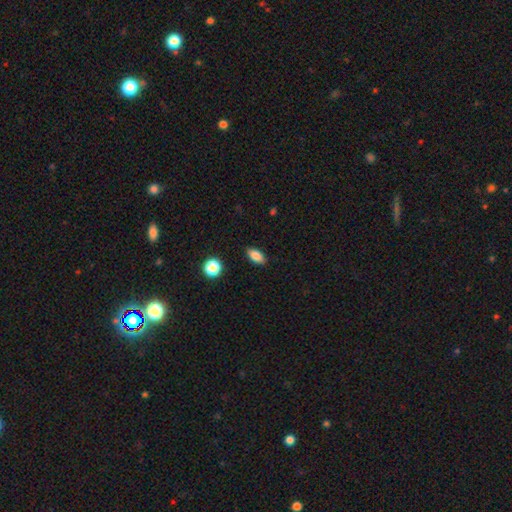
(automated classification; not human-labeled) Morphology: type=smooth (85%); roundness=in between (88%); merging=none (88%).